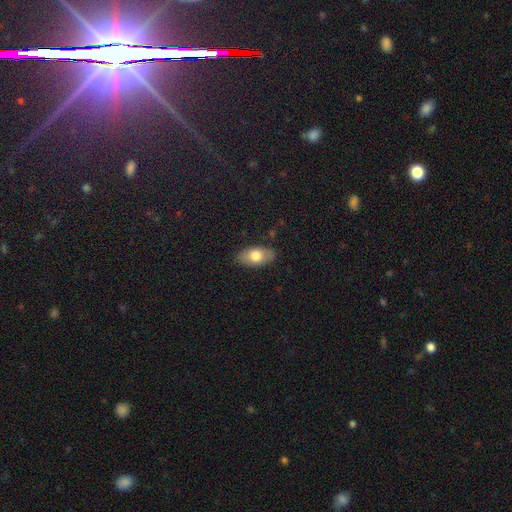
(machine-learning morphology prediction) Smooth or featured: smooth — 73% (featured or disk — 20%)
How rounded: in between — 92% (round — 5%)
Merging: none — 85% (minor disturbance — 12%)